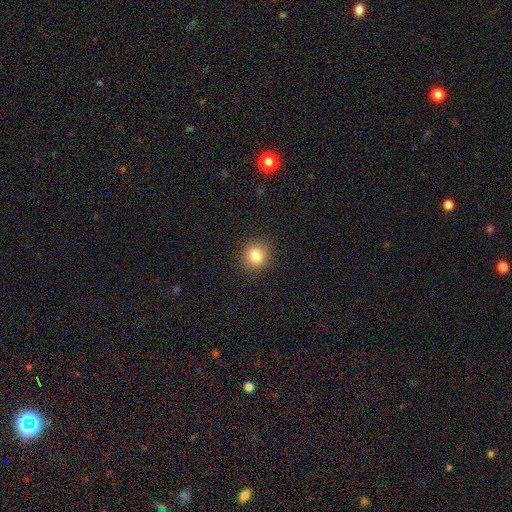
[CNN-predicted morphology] A smooth galaxy with no disk features (83%) that is round (79%). Merging: none (88%).